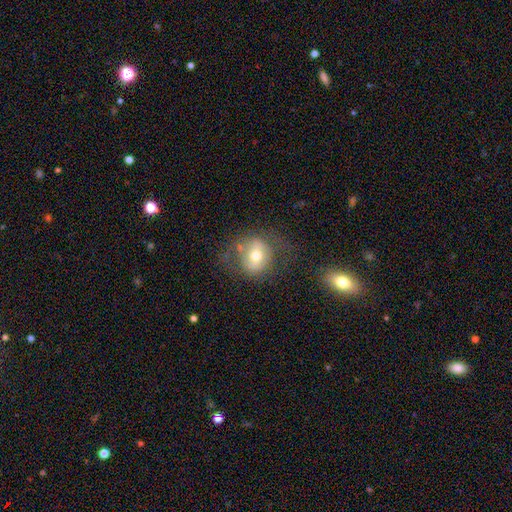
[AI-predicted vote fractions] Smooth or featured: smooth — 50% (featured or disk — 40%)
How rounded: round — 65% (in between — 34%)
Merging: none — 59% (minor disturbance — 20%)